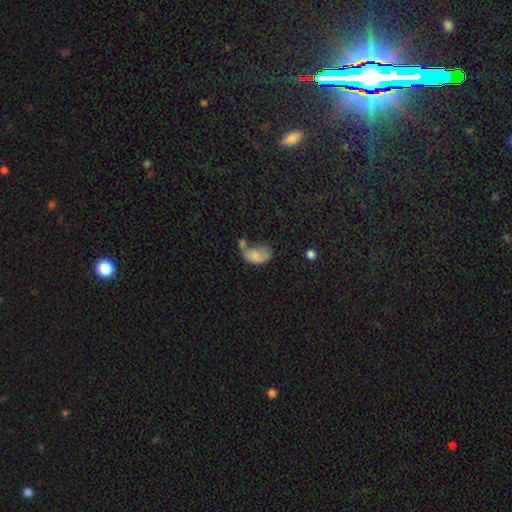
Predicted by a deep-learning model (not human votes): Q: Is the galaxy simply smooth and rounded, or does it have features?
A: smooth — 78%.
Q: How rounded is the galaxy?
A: in between — 90%.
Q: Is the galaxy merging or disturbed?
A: merger — 32%.